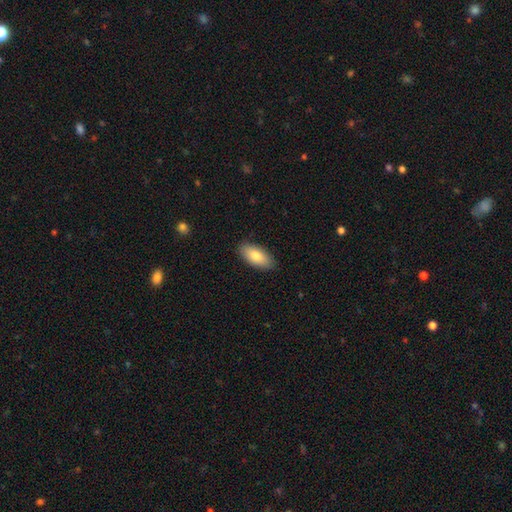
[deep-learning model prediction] Smooth or featured: smooth — 82% (featured or disk — 12%)
How rounded: in between — 89% (cigar-shaped — 9%)
Merging: none — 87% (minor disturbance — 10%)